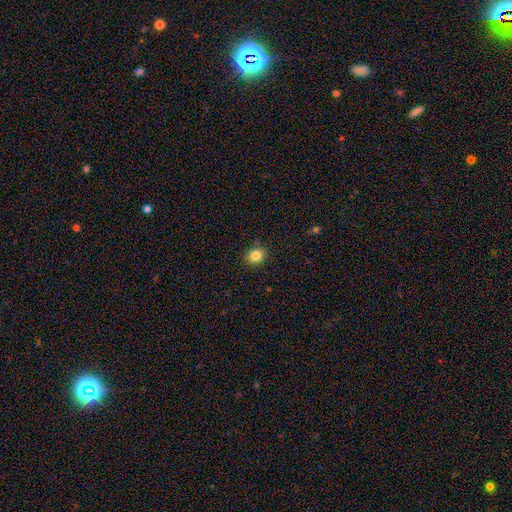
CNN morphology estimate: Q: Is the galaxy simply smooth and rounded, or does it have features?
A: smooth — 84%.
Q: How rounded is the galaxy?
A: round — 60%.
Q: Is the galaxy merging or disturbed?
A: none — 87%.